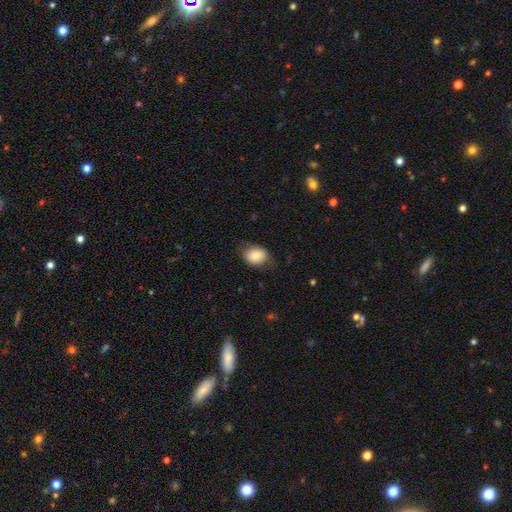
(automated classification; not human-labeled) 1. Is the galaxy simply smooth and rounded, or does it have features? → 82% smooth, 10% featured or disk, 8% star or artifact.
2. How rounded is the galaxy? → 66% in between, 33% round, 1% cigar-shaped.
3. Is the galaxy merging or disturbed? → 71% none, 21% minor disturbance, 7% major disturbance, 1% merger.